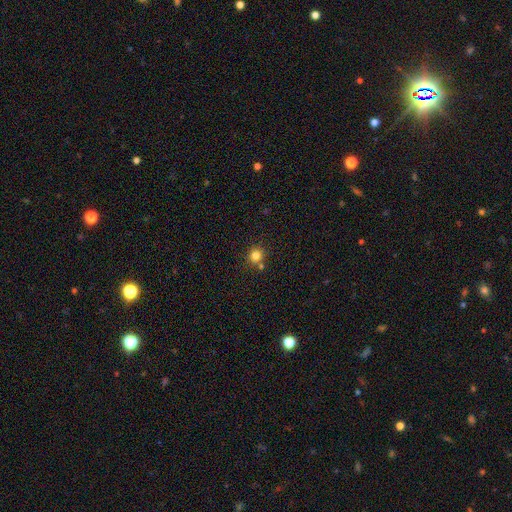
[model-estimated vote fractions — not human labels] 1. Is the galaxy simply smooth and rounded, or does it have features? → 81% smooth, 13% star or artifact, 6% featured or disk.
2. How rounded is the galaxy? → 90% round, 9% in between, 1% cigar-shaped.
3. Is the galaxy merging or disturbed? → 75% none, 13% merger, 9% minor disturbance, 3% major disturbance.